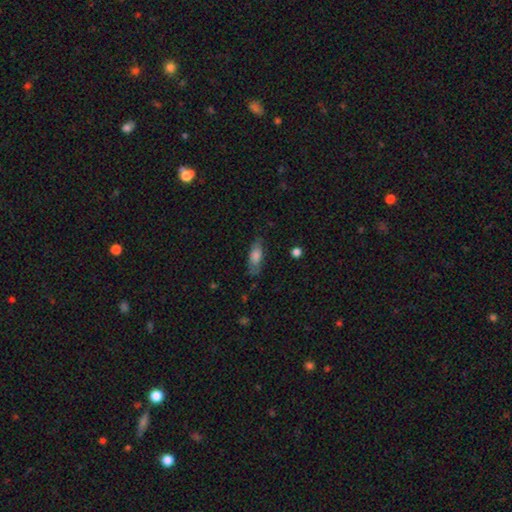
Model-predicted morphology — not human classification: smooth-or-featured: smooth: 73% | featured or disk: 20% | star or artifact: 7%
  how-rounded: in between: 70% | cigar-shaped: 27% | round: 3%
  merging: none: 71% | minor disturbance: 21% | major disturbance: 6% | merger: 2%